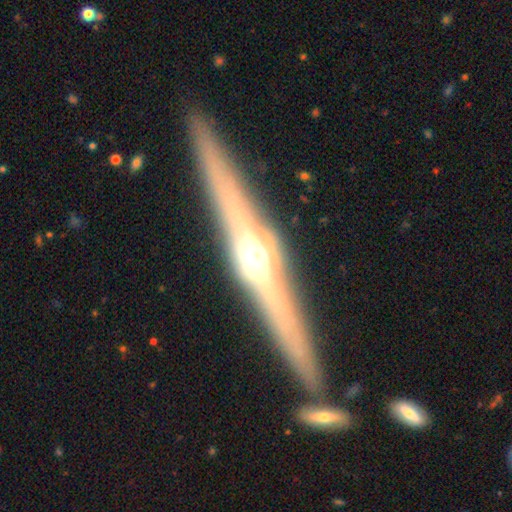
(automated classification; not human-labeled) This is likely a featured or disk galaxy (79%). It is clearly viewed edge-on (97%). Edge-on bulge: clearly rounded (88%). Merging: clearly none (88%).